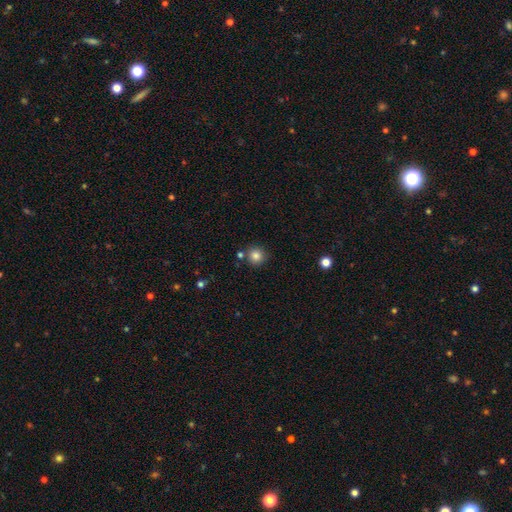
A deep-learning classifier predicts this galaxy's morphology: smooth-or-featured: smooth: 84% | star or artifact: 11% | featured or disk: 5%
  how-rounded: round: 94% | in between: 5% | cigar-shaped: 1%
  merging: none: 82% | merger: 8% | minor disturbance: 8% | major disturbance: 2%